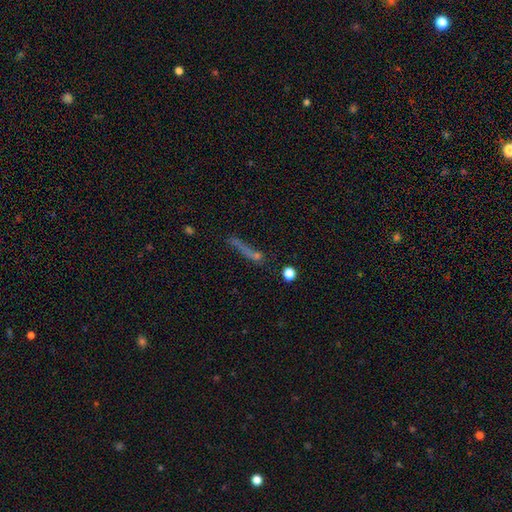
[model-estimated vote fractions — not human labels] Overall: smooth (54%; featured or disk 25%). How rounded: cigar-shaped (76%). Merging: none (54%; minor disturbance 18%).